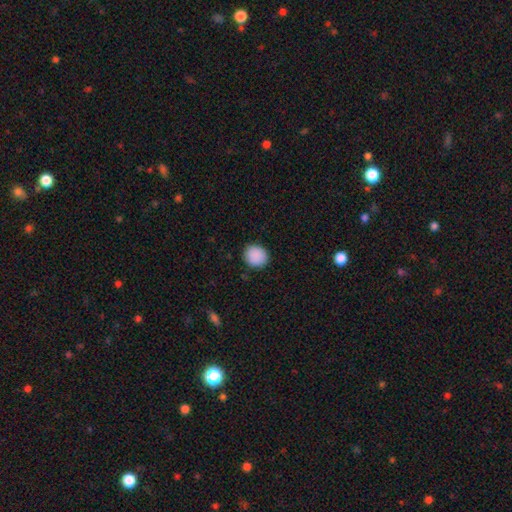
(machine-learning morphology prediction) This is clearly a smooth galaxy (90%). How rounded: clearly round (83%). Merging: clearly none (89%).